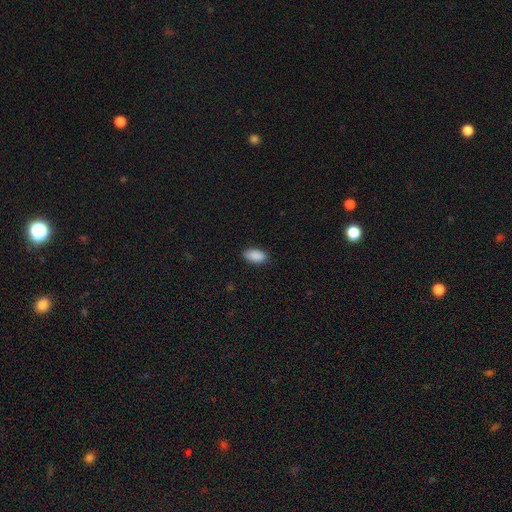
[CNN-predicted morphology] This is clearly a smooth galaxy (90%). How rounded: clearly in between (94%). Merging: clearly none (86%).